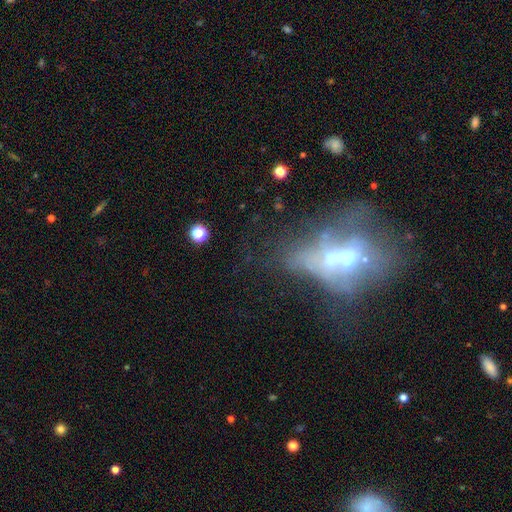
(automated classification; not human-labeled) Smooth or featured?
  - featured or disk: 53% *
  - smooth: 24%
  - star or artifact: 22%
Edge-on disk?
  - no: 84% *
  - yes: 16%
Merging?
  - merger: 36% *
  - major disturbance: 29%
  - none: 22%
  - minor disturbance: 13%